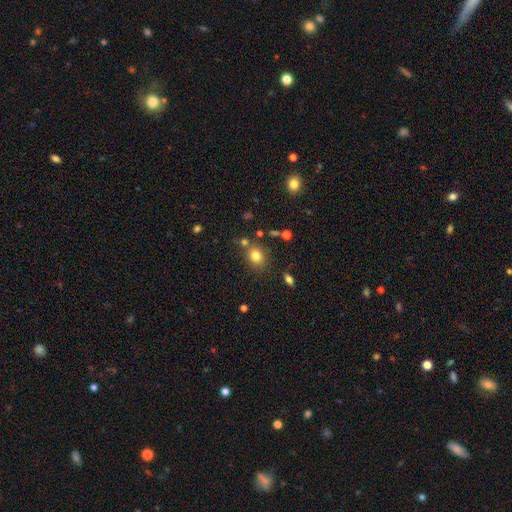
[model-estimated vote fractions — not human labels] Smooth or featured?
  - smooth: 78% *
  - star or artifact: 14%
  - featured or disk: 9%
How rounded?
  - round: 65% *
  - in between: 33%
  - cigar-shaped: 1%
Merging?
  - none: 74% *
  - minor disturbance: 12%
  - merger: 10%
  - major disturbance: 4%